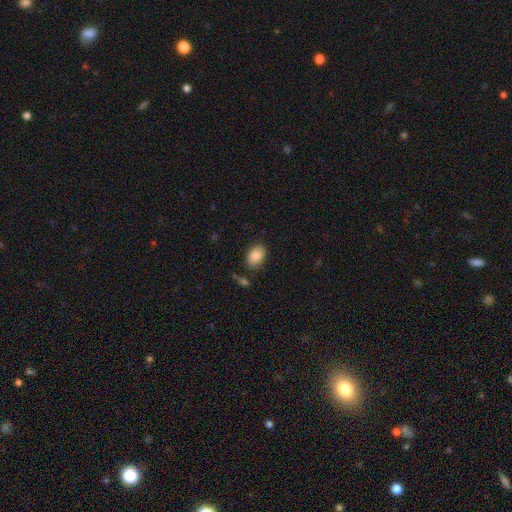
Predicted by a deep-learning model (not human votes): Q: Smooth or featured?
A: smooth (86%); runner-up: star or artifact (7%)
Q: How rounded?
A: in between (83%); runner-up: round (16%)
Q: Merging?
A: none (82%); runner-up: minor disturbance (12%)